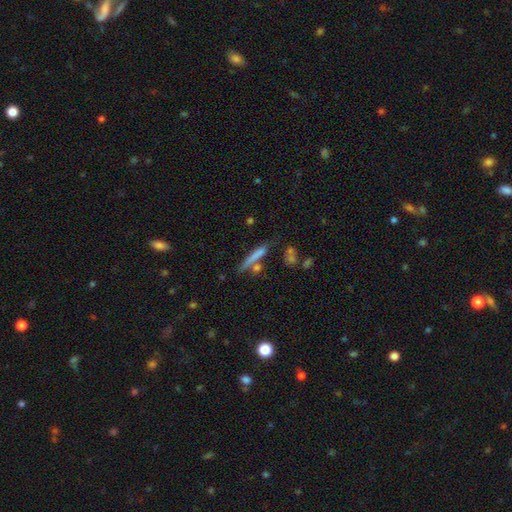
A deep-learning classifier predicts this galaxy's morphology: type=smooth (67%); roundness=cigar-shaped (92%); merging=none (68%).